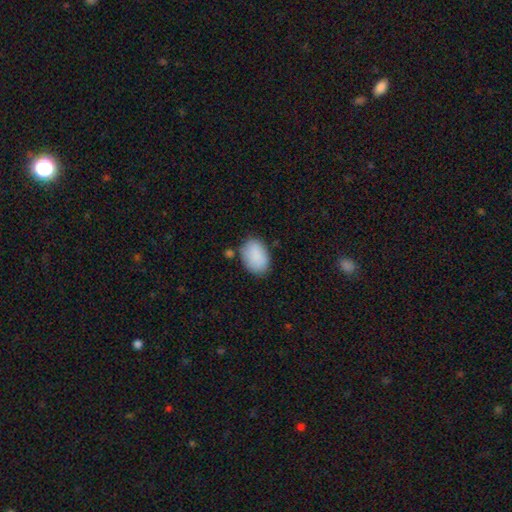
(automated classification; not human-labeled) Overall: smooth (89%). How rounded: in between (87%). Merging: none (75%).